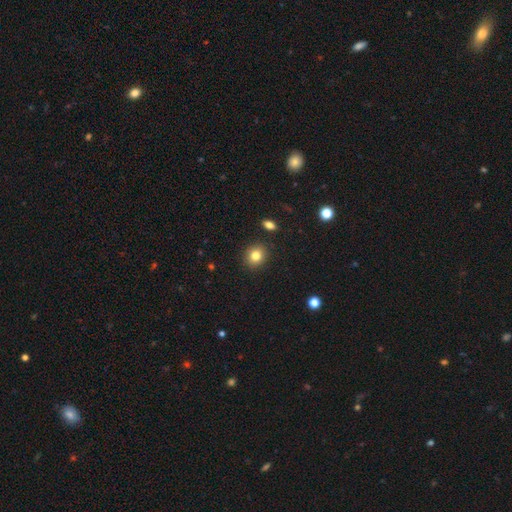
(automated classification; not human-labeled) smooth_or_featured: smooth (p=0.82) [alt: star or artifact p=0.11]
how_rounded: round (p=0.77) [alt: in between p=0.22]
merging: none (p=0.89) [alt: minor disturbance p=0.07]